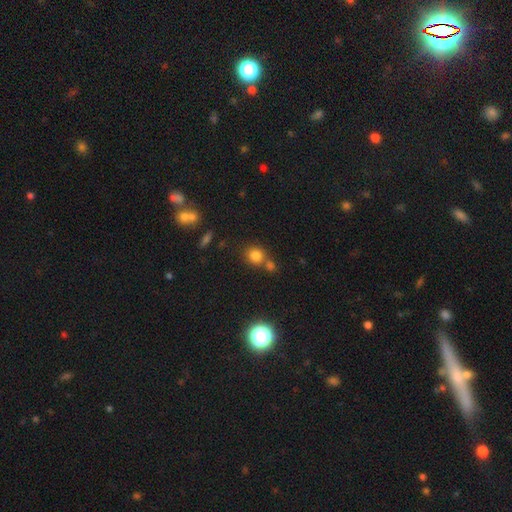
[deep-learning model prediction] smooth_or_featured: smooth (p=0.78) [alt: star or artifact p=0.15]
how_rounded: round (p=0.83) [alt: in between p=0.15]
merging: none (p=0.60) [alt: merger p=0.27]